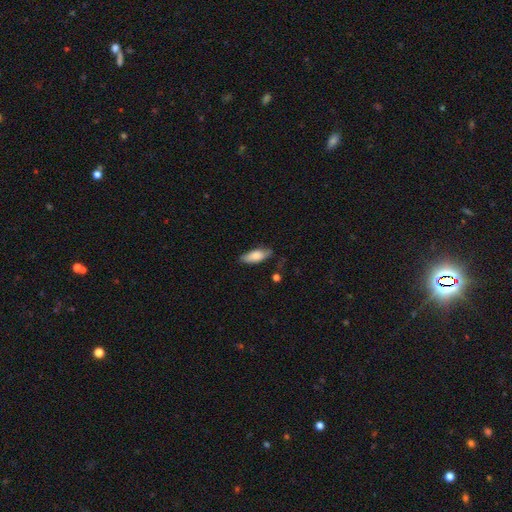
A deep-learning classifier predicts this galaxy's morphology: smooth 78%, featured or disk 16%, star or artifact 6%. Down the decision tree: how rounded — in between (73%); merging — none (74%).